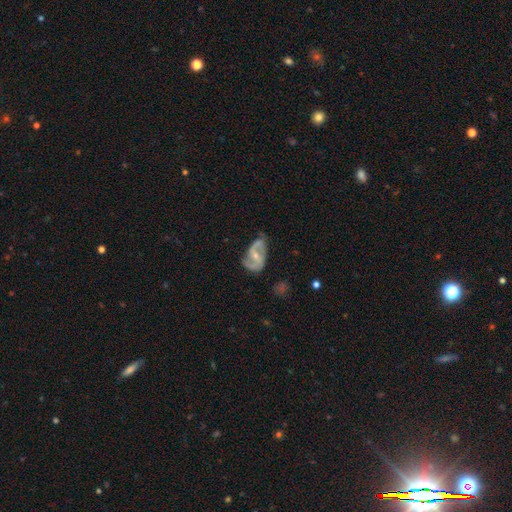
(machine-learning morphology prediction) Overall: featured or disk (84%). Edge-on disk: no (97%). Bar: weak (44%; no 34%). Spiral arms: yes (94%). Spiral arm count: 2 (89%). Spiral winding: medium (43%, tied with loose). Bulge size: small (56%; moderate 38%). Merging: none (58%; minor disturbance 27%).